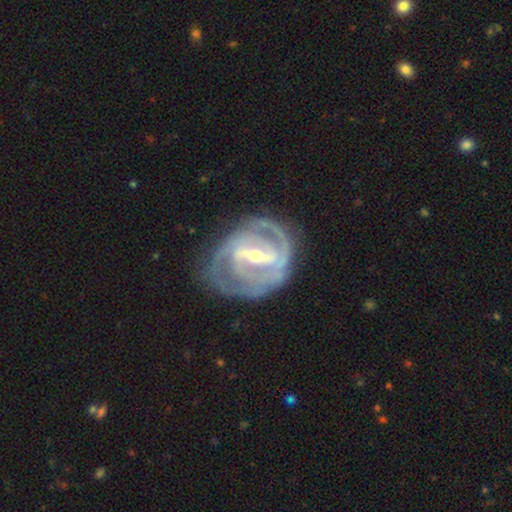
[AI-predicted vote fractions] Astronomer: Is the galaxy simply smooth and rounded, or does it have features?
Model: featured or disk — 90%.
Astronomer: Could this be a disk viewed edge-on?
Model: no — 96%.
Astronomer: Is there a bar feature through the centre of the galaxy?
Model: strong — 68%.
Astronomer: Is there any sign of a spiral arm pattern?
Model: yes — 96%.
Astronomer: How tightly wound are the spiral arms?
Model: tight — 63%.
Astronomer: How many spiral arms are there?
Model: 2 — 51%.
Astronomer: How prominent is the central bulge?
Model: moderate — 49% (runner-up: small, 46%).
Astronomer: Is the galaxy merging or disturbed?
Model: none — 73%.